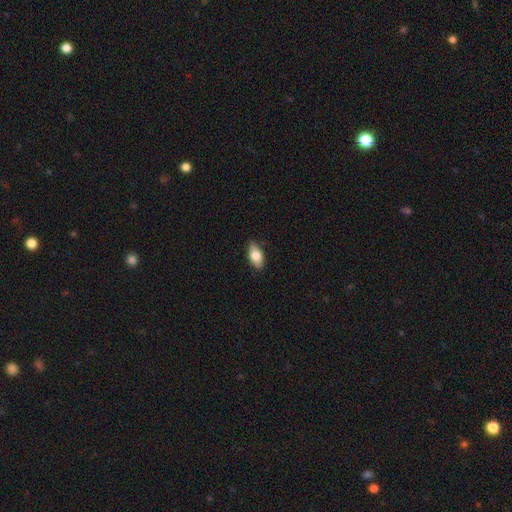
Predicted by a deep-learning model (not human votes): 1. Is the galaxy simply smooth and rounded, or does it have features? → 78% smooth, 16% featured or disk, 7% star or artifact.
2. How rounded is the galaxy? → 89% in between, 7% cigar-shaped, 4% round.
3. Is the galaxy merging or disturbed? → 84% none, 13% minor disturbance, 2% major disturbance, 1% merger.